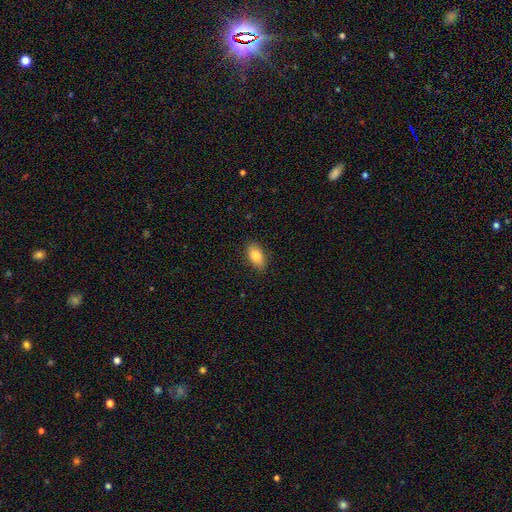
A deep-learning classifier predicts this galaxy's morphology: smooth 84%, featured or disk 9%, star or artifact 7%. Down the decision tree: how rounded — in between (91%); merging — none (87%).